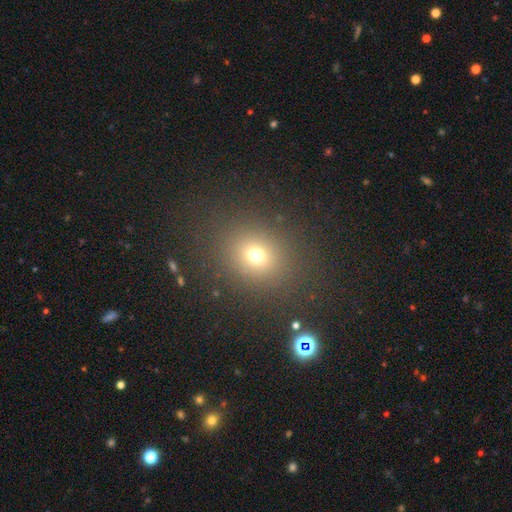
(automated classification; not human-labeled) This is likely a smooth galaxy (71%). How rounded: likely round (77%). Merging: clearly none (85%).